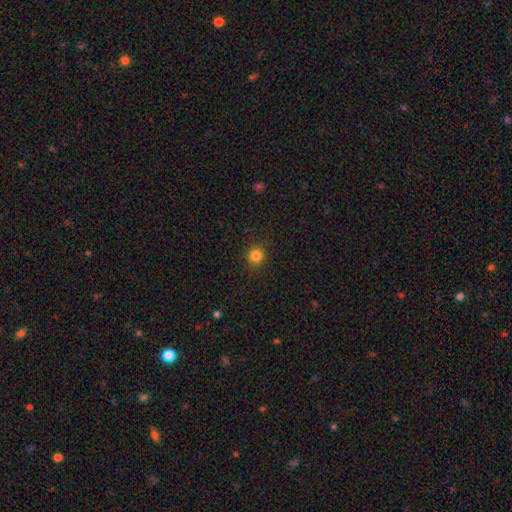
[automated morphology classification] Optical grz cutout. It shows a smooth galaxy with no disk features (82%) that is round (92%). Merging: none (90%).